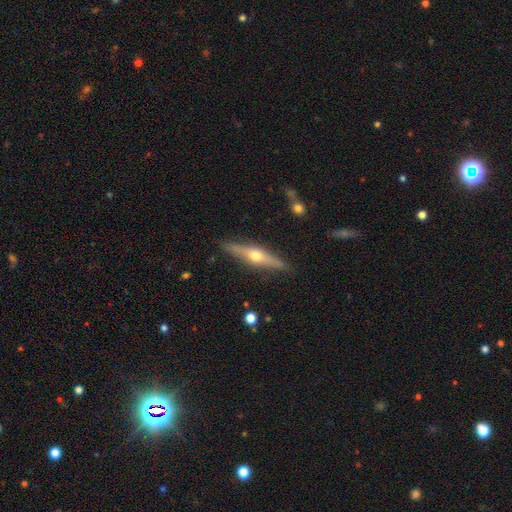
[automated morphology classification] This is likely a featured or disk galaxy (72%). It is clearly viewed edge-on (96%). Edge-on bulge: clearly rounded (94%). Merging: clearly none (89%).